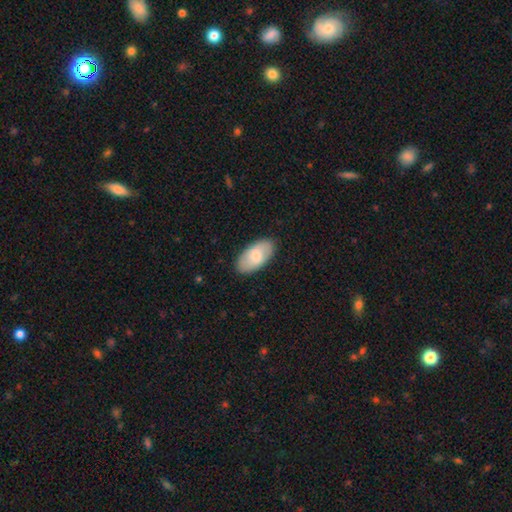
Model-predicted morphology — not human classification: type=smooth (75%); roundness=in between (95%); merging=none (87%).